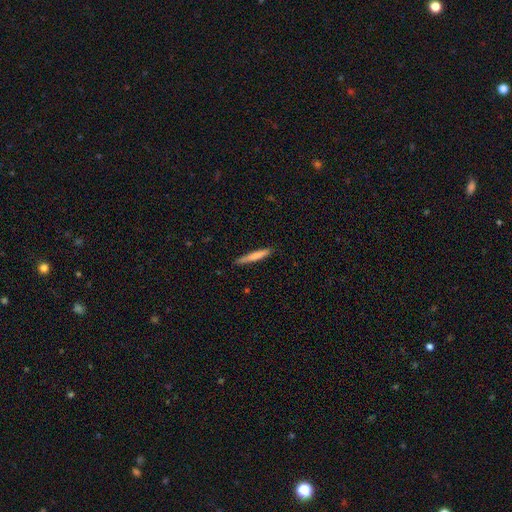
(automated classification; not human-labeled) A smooth galaxy with no disk features (74%) that is cigar-shaped (95%).

Vote fractions:
- Smooth or featured? smooth: 74% / featured or disk: 20% / star or artifact: 6%
- How rounded? cigar-shaped: 95% / in between: 4% / round: 1%
- Merging? none: 87% / minor disturbance: 10% / major disturbance: 2% / merger: 1%